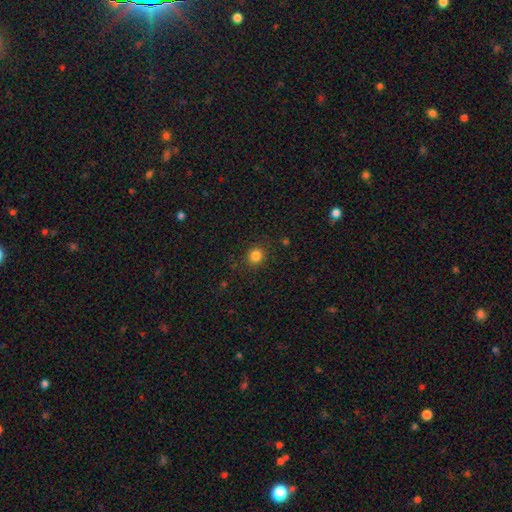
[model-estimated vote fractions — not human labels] Q: Smooth or featured?
A: smooth (84%); runner-up: star or artifact (12%)
Q: How rounded?
A: round (85%); runner-up: in between (15%)
Q: Merging?
A: none (89%); runner-up: minor disturbance (8%)